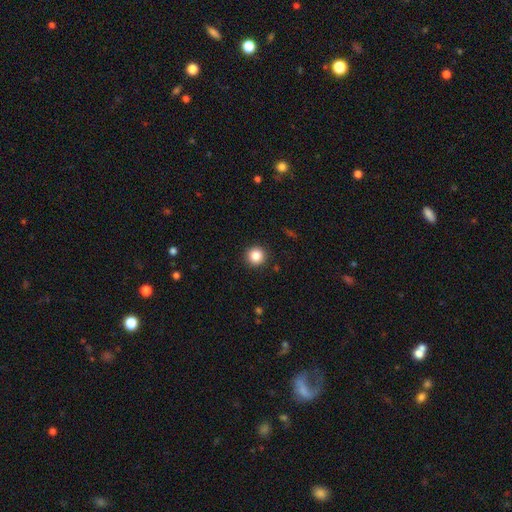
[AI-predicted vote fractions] A smooth galaxy with no disk features (85%) that is round (95%). Merging: none (93%).